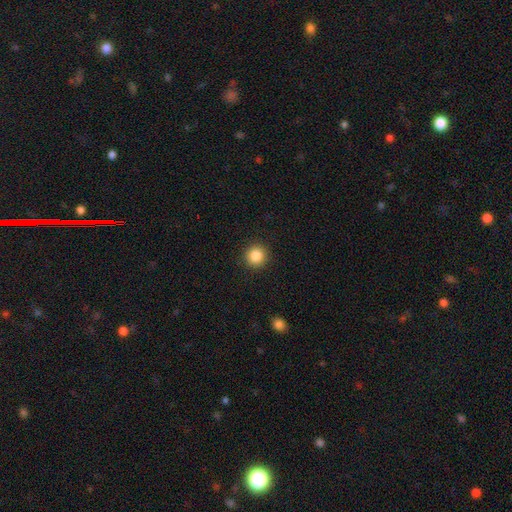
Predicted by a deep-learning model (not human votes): Smooth or featured: smooth — 86% (star or artifact — 10%)
How rounded: round — 94% (in between — 5%)
Merging: none — 92% (minor disturbance — 5%)